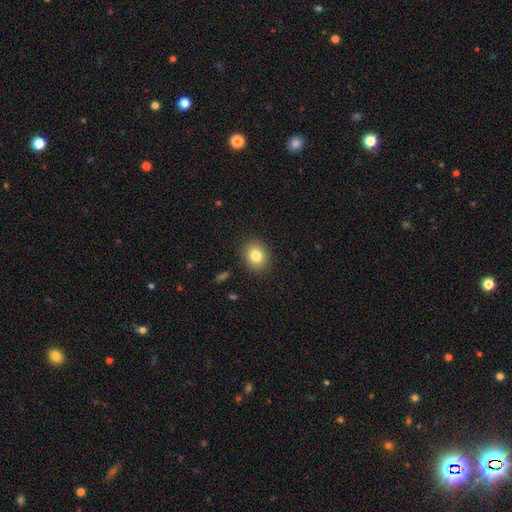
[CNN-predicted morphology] A smooth galaxy with no disk features (82%) that is round (61%). Merging: none (88%).